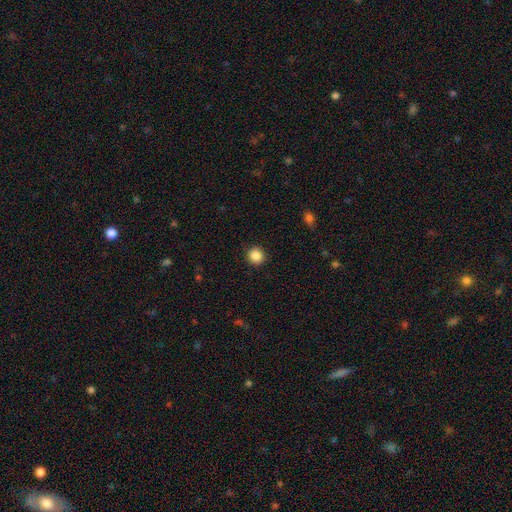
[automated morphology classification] Smooth or featured? Predicted: smooth (p=0.87). How rounded? Predicted: round (p=0.94). Merging? Predicted: none (p=0.92).